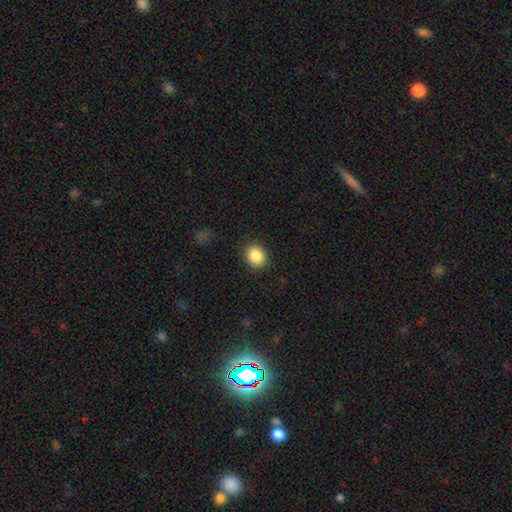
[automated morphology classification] A smooth galaxy with no disk features (86%) that is round (65%).

Vote fractions:
- Smooth or featured? smooth: 86% / star or artifact: 9% / featured or disk: 5%
- How rounded? round: 65% / in between: 34% / cigar-shaped: 1%
- Merging? none: 88% / minor disturbance: 8% / major disturbance: 3% / merger: 1%